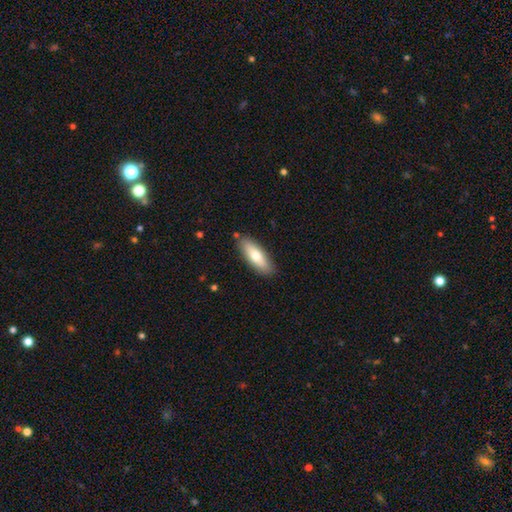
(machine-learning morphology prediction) Overall: smooth (70%). How rounded: in between (60%; cigar-shaped 38%). Merging: none (86%).